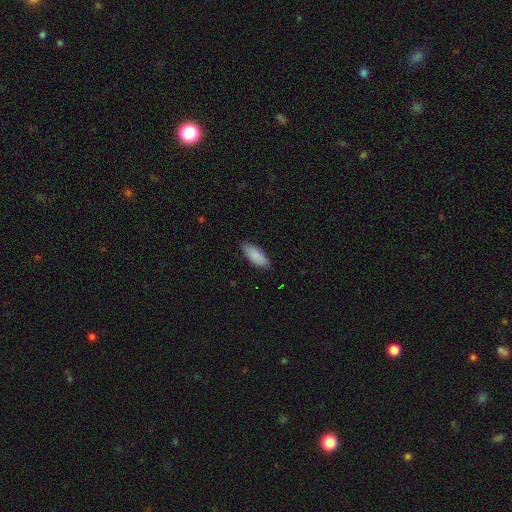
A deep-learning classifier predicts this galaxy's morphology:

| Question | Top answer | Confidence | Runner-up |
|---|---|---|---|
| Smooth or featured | smooth | 88% | star or artifact (6%) |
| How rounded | in between | 76% | cigar-shaped (22%) |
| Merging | none | 85% | minor disturbance (12%) |